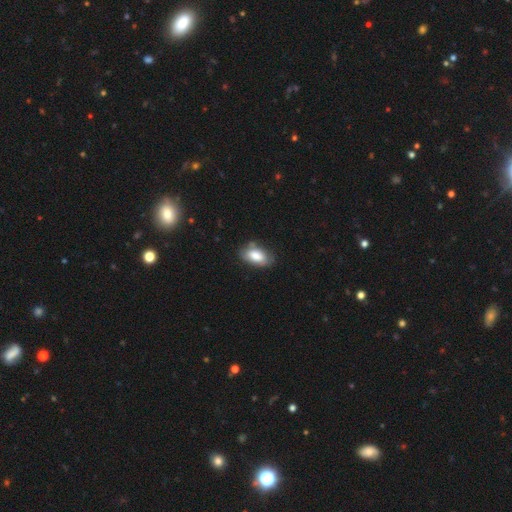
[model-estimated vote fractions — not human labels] A smooth galaxy with no disk features (79%) that is in between round and cigar-shaped (93%).

Vote fractions:
- Smooth or featured? smooth: 79% / featured or disk: 14% / star or artifact: 7%
- How rounded? in between: 93% / round: 4% / cigar-shaped: 3%
- Merging? none: 71% / minor disturbance: 22% / major disturbance: 5% / merger: 3%